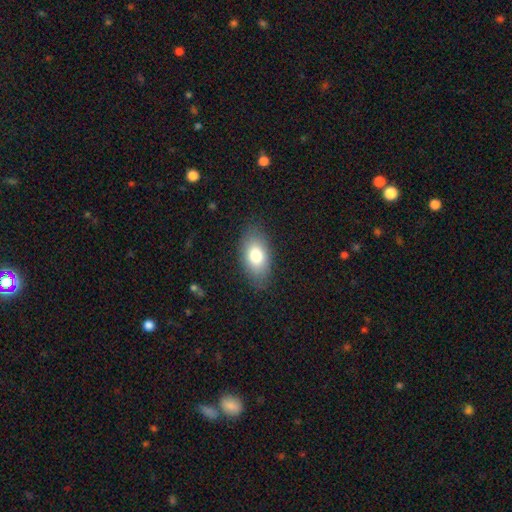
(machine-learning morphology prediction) This appears to be a smooth galaxy with no disk features (78%) that is in between round and cigar-shaped (91%). Merging: none (82%).